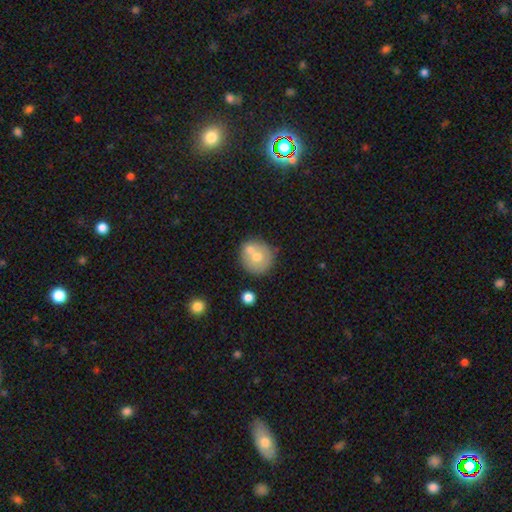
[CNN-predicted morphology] This is likely a smooth galaxy (63%). How rounded: clearly round (88%). Merging: possibly none (51%).